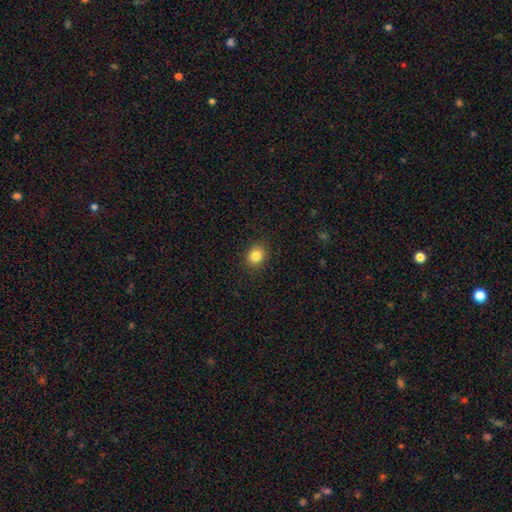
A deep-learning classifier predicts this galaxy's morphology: A smooth galaxy with no disk features (84%) that is round (61%). Merging: none (90%).